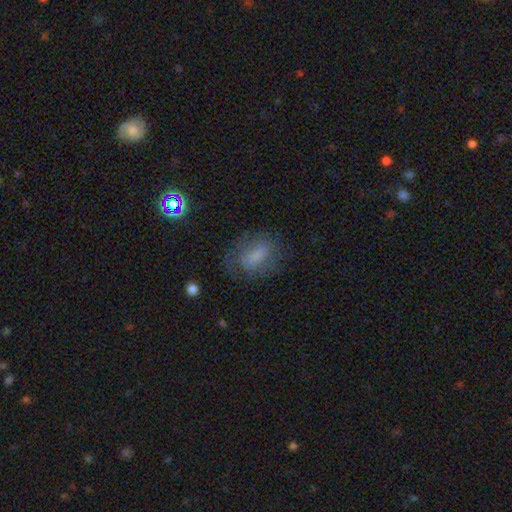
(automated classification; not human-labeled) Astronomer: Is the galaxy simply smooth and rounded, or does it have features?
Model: smooth — 58%.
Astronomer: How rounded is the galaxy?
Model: in between — 75%.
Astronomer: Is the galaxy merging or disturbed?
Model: none — 61%.